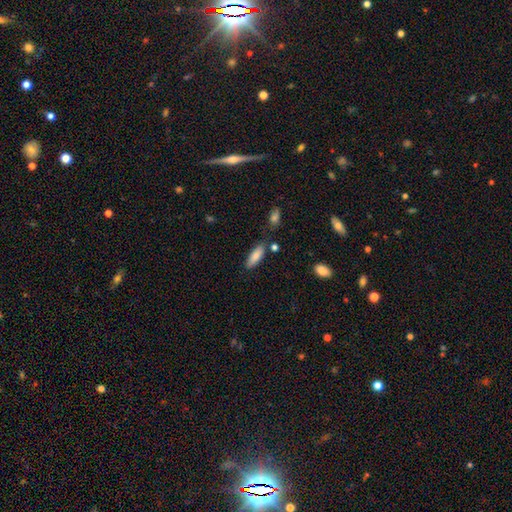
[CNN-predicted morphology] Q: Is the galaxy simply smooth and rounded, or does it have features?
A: smooth — 84%.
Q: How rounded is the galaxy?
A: in between — 60%.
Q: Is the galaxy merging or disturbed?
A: none — 76%.